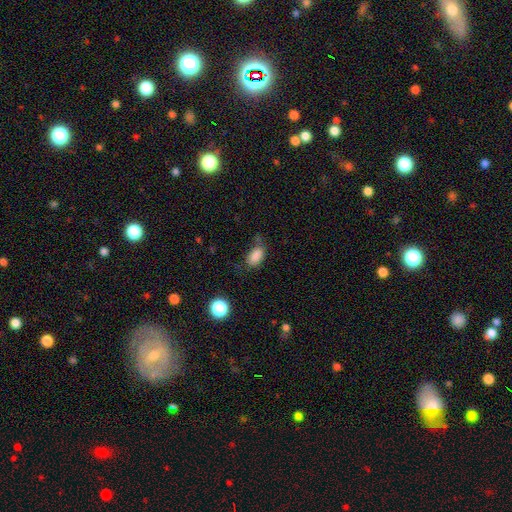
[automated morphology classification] Smooth or featured? smooth (85%)
How rounded? in between (90%)
Merging? none (56%)